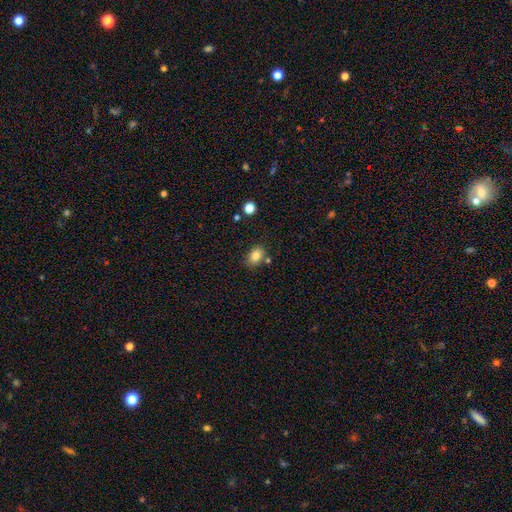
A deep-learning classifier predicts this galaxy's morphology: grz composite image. It shows a smooth galaxy with no disk features (82%) that is in between round and cigar-shaped (68%). Merging: none (75%).